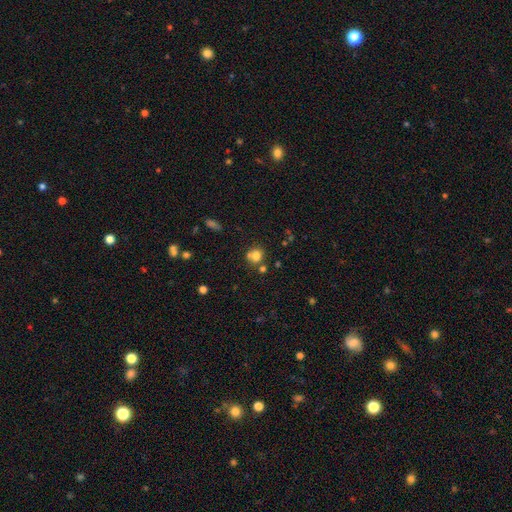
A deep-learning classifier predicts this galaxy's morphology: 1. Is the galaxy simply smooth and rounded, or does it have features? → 76% smooth, 14% star or artifact, 11% featured or disk.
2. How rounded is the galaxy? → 83% round, 16% in between, 1% cigar-shaped.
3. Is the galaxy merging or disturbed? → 57% none, 28% merger, 11% minor disturbance, 4% major disturbance.